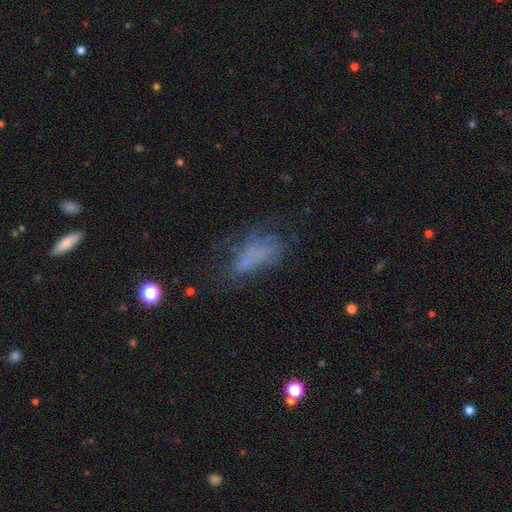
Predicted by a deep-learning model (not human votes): This is possibly a smooth galaxy (49%). Merging: marginally none (40%).